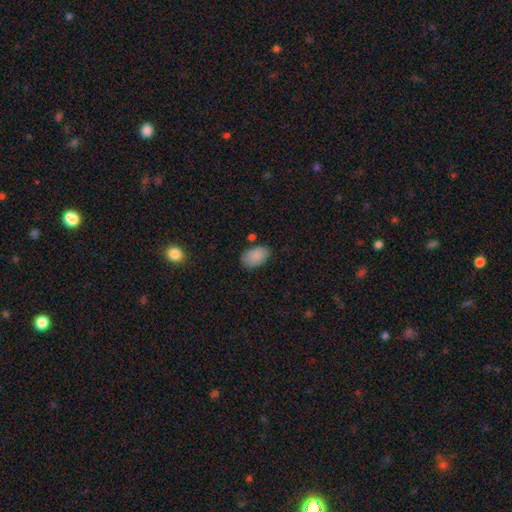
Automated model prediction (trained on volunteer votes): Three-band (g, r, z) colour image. It shows a smooth galaxy with no disk features (87%) that is in between round and cigar-shaped (91%). Merging: none (76%).